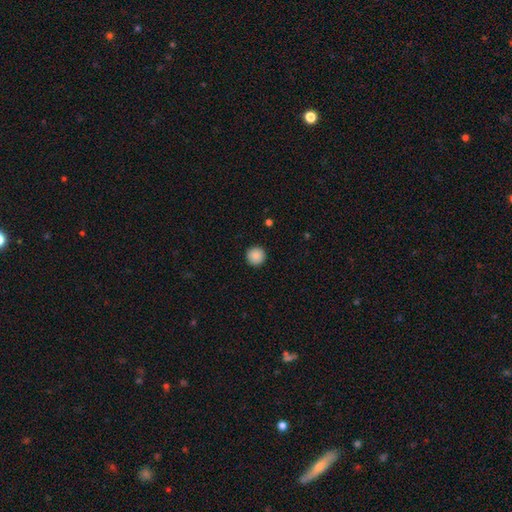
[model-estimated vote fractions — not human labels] This is clearly a smooth galaxy (89%). How rounded: clearly round (96%). Merging: clearly none (93%).